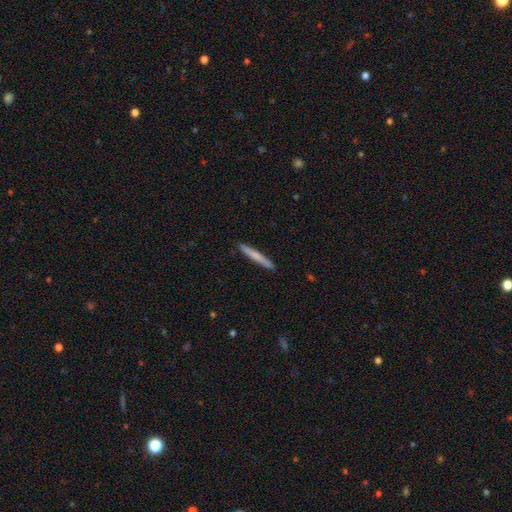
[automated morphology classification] smooth-or-featured: smooth: 66% | featured or disk: 28% | star or artifact: 5%
  how-rounded: cigar-shaped: 96% | in between: 2% | round: 1%
  merging: none: 92% | minor disturbance: 6% | major disturbance: 1% | merger: 1%